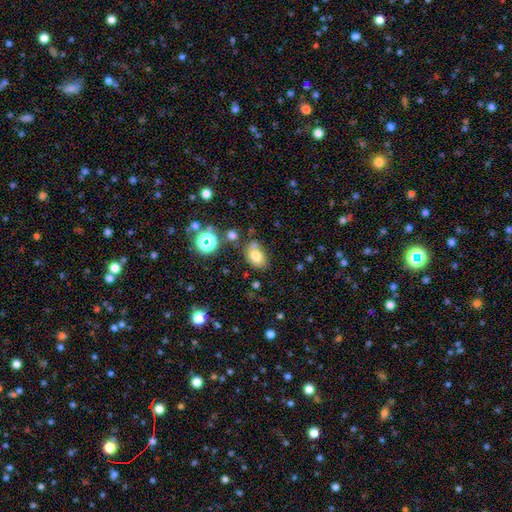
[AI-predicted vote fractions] Smooth or featured?
  - smooth: 75% *
  - star or artifact: 13%
  - featured or disk: 11%
How rounded?
  - in between: 76% *
  - round: 23%
  - cigar-shaped: 1%
Merging?
  - none: 66% *
  - minor disturbance: 17%
  - merger: 11%
  - major disturbance: 5%